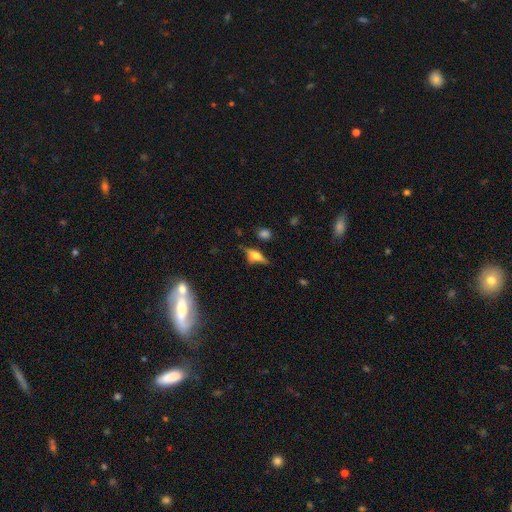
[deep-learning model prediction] featured or disk 54%, smooth 35%, star or artifact 11%. Down the decision tree: edge-on disk — yes (89%); merging — none (64%).